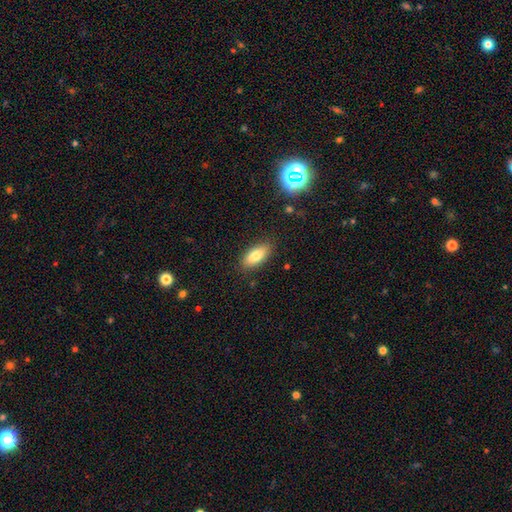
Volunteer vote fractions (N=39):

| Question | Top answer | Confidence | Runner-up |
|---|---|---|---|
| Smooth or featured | smooth | 74% | featured or disk (15%) |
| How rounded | in between | 90% | cigar-shaped (7%) |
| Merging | none | 97% | minor disturbance (3%) |